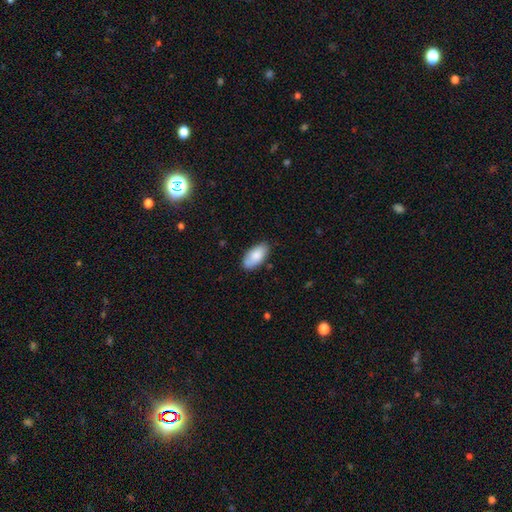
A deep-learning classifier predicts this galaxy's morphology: A smooth galaxy with no disk features (84%) that is in between round and cigar-shaped (93%). Merging: none (78%).